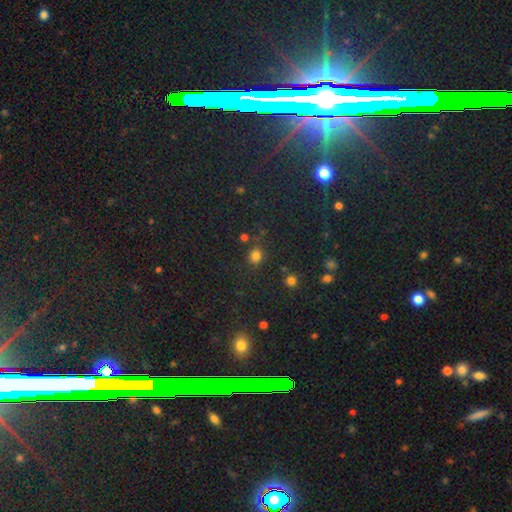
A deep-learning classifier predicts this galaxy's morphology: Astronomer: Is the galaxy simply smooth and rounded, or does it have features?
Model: smooth — 74%.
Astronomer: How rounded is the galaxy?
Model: round — 80%.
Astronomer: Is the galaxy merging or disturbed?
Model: none — 76%.